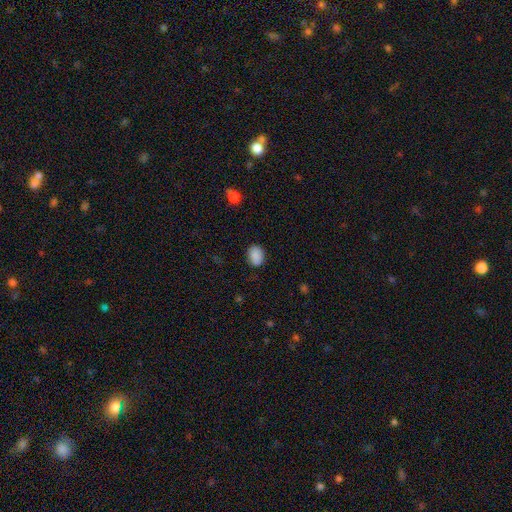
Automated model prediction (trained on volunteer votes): smooth 88%, star or artifact 8%, featured or disk 4%. Down the decision tree: how rounded — in between (68%); merging — none (82%).